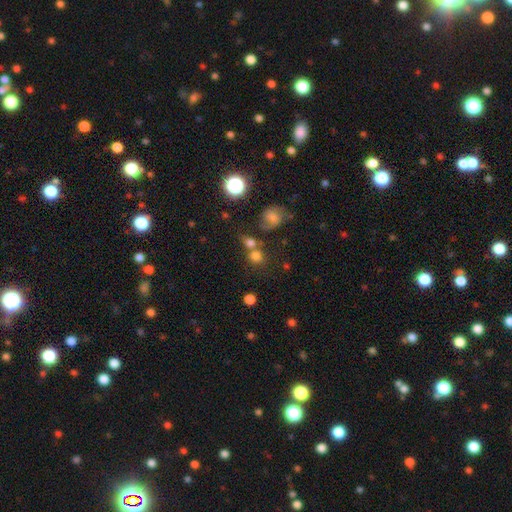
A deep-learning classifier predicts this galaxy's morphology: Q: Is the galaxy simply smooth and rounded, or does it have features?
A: smooth — 75%.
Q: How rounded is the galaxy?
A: round — 81%.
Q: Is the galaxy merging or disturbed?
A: none — 54%.